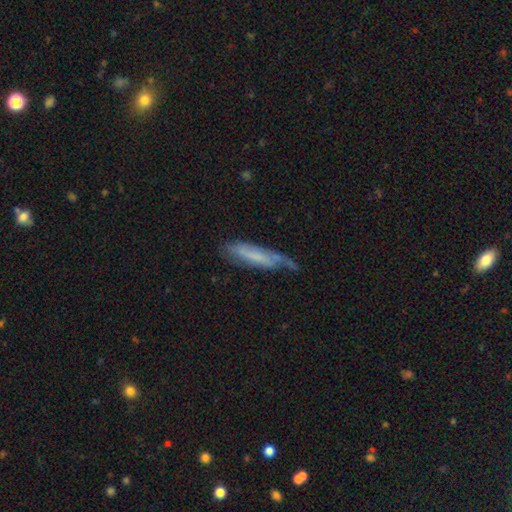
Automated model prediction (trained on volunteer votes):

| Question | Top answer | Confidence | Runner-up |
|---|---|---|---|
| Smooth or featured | smooth | 50% | featured or disk (42%) |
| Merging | none | 47% | minor disturbance (33%) |